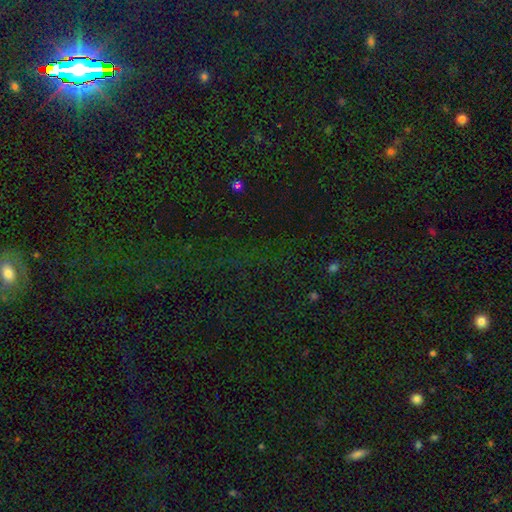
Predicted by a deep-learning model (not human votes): Overall: star or artifact (79%).